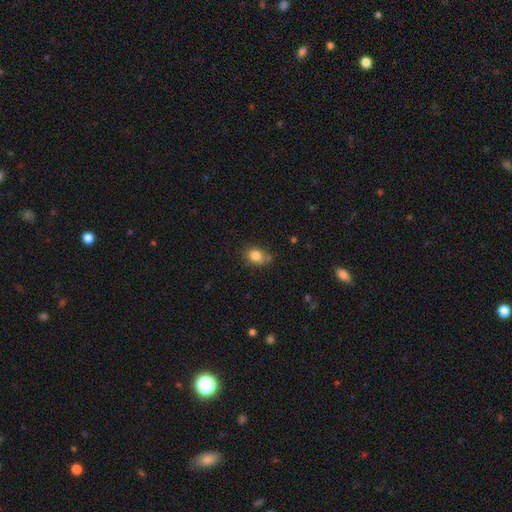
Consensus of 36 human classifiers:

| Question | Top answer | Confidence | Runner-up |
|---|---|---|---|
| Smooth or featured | smooth | 92% | star or artifact (8%) |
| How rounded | in between | 55% | round (45%) |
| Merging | none | 61% | minor disturbance (27%) |